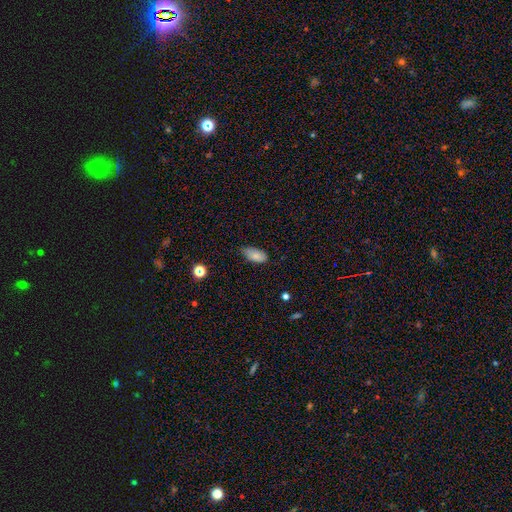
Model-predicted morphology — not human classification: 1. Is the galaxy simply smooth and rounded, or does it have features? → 83% smooth, 9% featured or disk, 8% star or artifact.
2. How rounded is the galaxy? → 92% in between, 5% cigar-shaped, 3% round.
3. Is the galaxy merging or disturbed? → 72% none, 23% minor disturbance, 3% major disturbance, 1% merger.